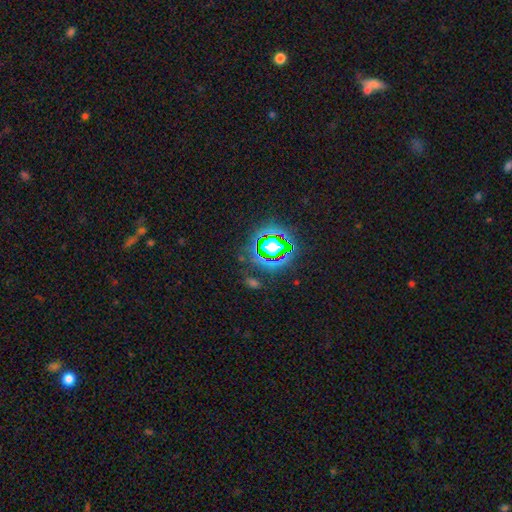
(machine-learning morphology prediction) Smooth or featured?
  - star or artifact: 80% *
  - smooth: 13%
  - featured or disk: 8%